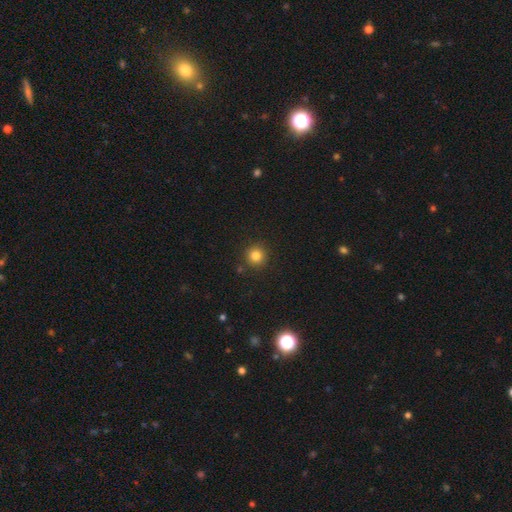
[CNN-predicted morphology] A smooth galaxy with no disk features (82%) that is round (94%). Merging: none (89%).